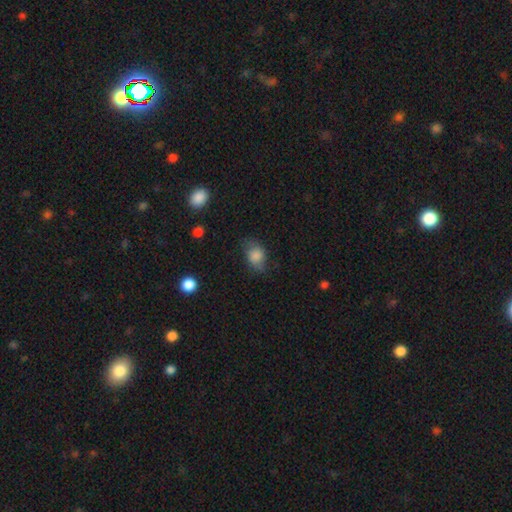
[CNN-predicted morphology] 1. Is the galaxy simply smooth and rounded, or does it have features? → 81% smooth, 10% featured or disk, 9% star or artifact.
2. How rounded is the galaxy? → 64% in between, 34% round, 1% cigar-shaped.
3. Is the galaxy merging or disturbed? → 61% none, 27% minor disturbance, 10% major disturbance, 2% merger.